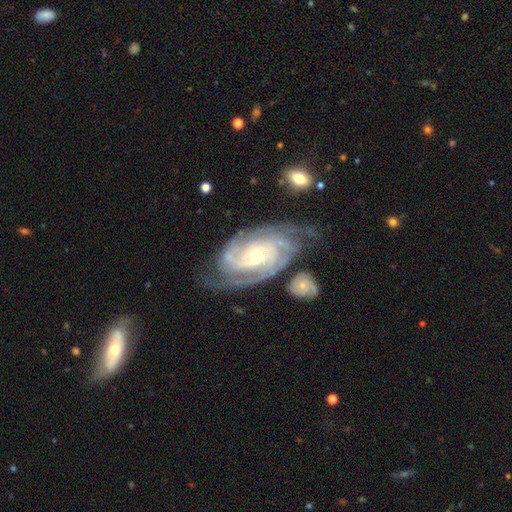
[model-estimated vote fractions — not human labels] A featured or disk galaxy (91%) with no bar (54%), 3 (28%) tight (67%) spiral arms (98%) and a small central bulge (49%). Merging: none (62%).